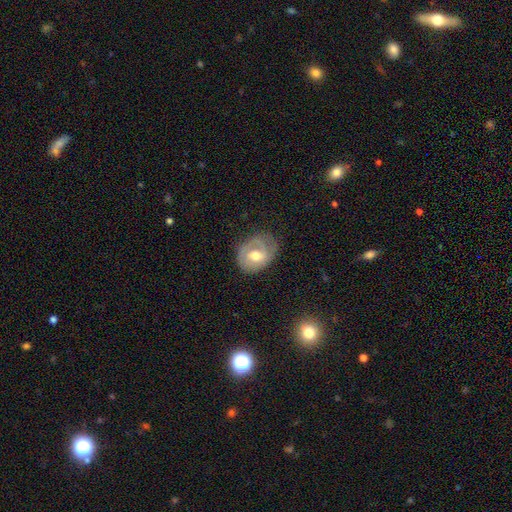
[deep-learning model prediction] Morphology: type=featured or disk (66%); edge-on=no (96%); bar=no (49%); spiral arms=yes (79%); winding=tight (54%); arm count=2 (42%); bulge=moderate (75%); merging=none (62%).